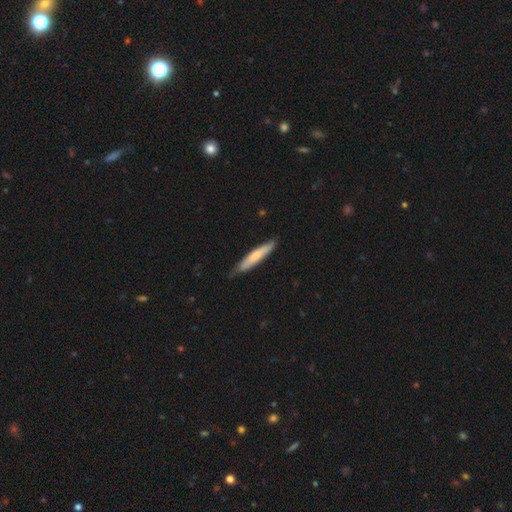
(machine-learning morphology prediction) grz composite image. It shows a smooth galaxy with no disk features (66%) that is cigar-shaped (90%). Merging: none (74%).